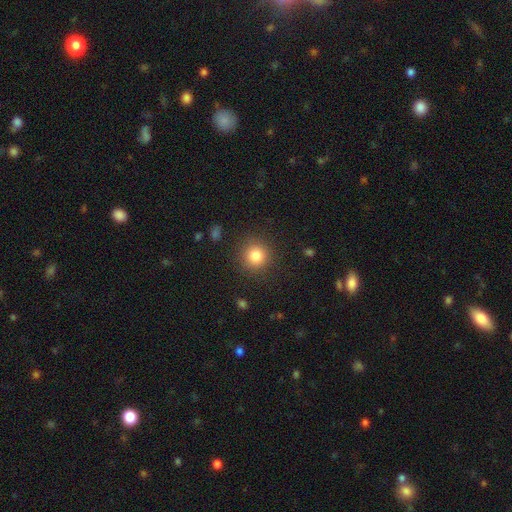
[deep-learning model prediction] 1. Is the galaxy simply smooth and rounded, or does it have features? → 82% smooth, 11% star or artifact, 6% featured or disk.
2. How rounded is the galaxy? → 93% round, 6% in between, 1% cigar-shaped.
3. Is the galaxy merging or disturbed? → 88% none, 7% minor disturbance, 3% major disturbance, 1% merger.